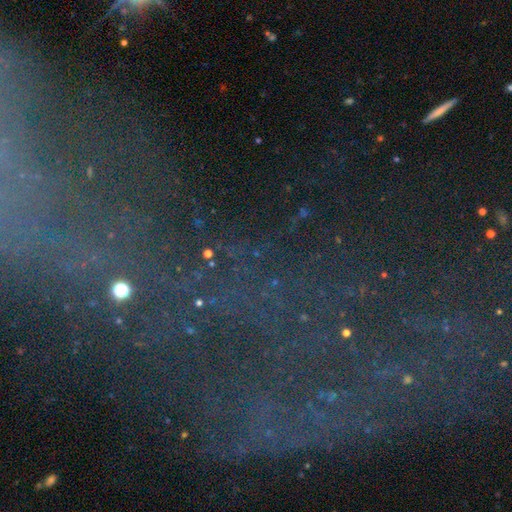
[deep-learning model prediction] Smooth or featured? Predicted: star or artifact (p=0.74).